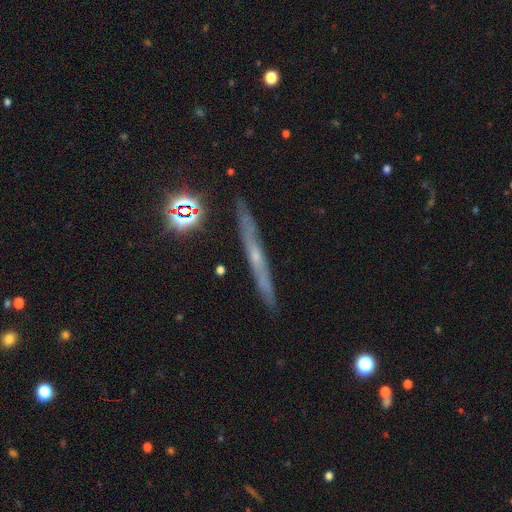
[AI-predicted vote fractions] Morphology: type=featured or disk (61%); edge-on=yes (92%); edge-on bulge=none (54%); merging=none (87%).